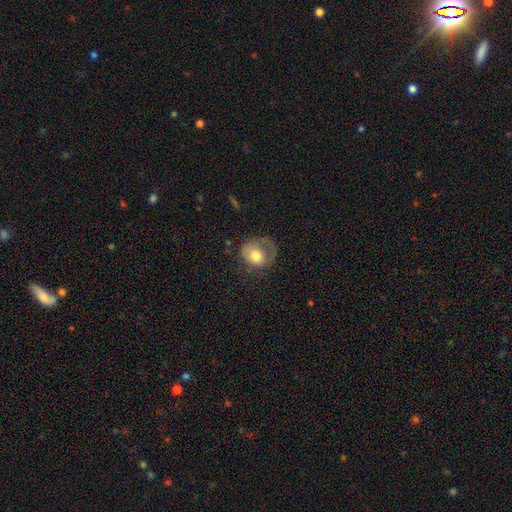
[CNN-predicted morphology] Smooth or featured? smooth (63%)
How rounded? round (67%)
Merging? none (38%)